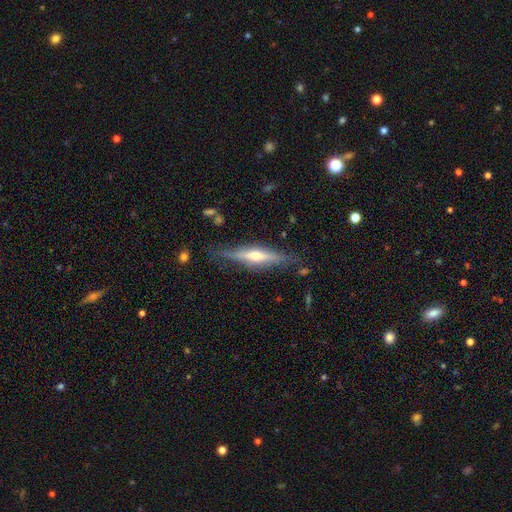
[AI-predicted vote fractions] The model was most divided on "smooth or featured": featured or disk: 68%, smooth: 25%, star or artifact: 6%. More confident: edge-on disk — yes (94%); edge-on bulge — rounded (86%); merging — none (81%).